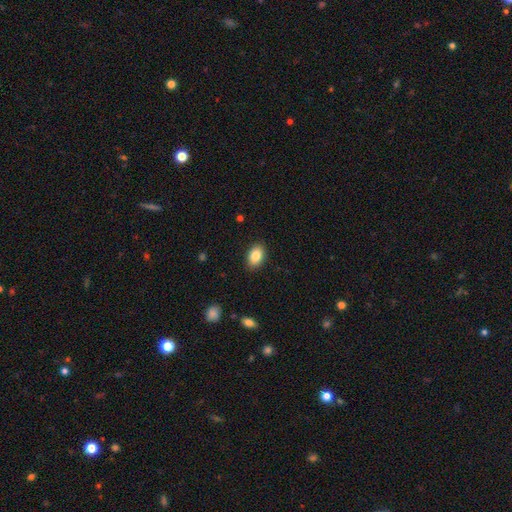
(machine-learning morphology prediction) smooth-or-featured: smooth: 86% | star or artifact: 8% | featured or disk: 7%
  how-rounded: in between: 86% | round: 13% | cigar-shaped: 1%
  merging: none: 89% | minor disturbance: 8% | major disturbance: 2% | merger: 1%